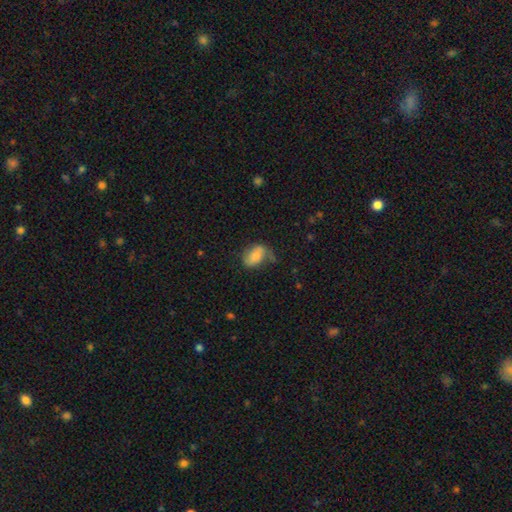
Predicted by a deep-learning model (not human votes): This is likely a smooth galaxy (71%). How rounded: clearly in between (89%). Merging: possibly none (49%).